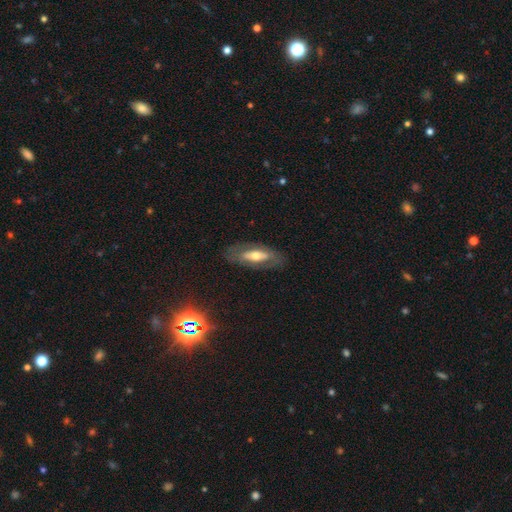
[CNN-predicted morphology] Smooth or featured?
  - featured or disk: 54% *
  - smooth: 40%
  - star or artifact: 7%
Edge-on disk?
  - no: 69% *
  - yes: 31%
Merging?
  - none: 78% *
  - minor disturbance: 14%
  - major disturbance: 7%
  - merger: 1%